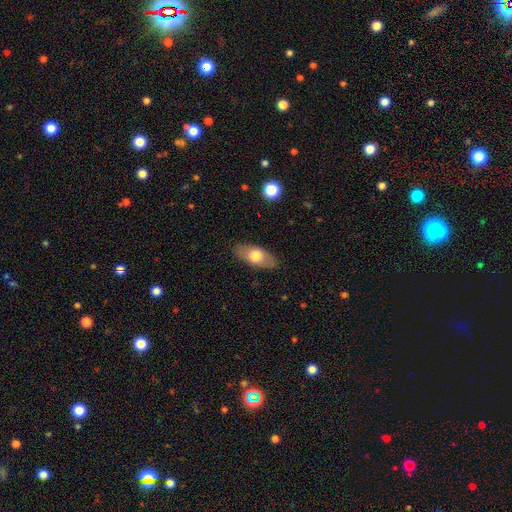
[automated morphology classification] Overall: smooth (65%; featured or disk 29%). How rounded: in between (85%). Merging: none (85%).